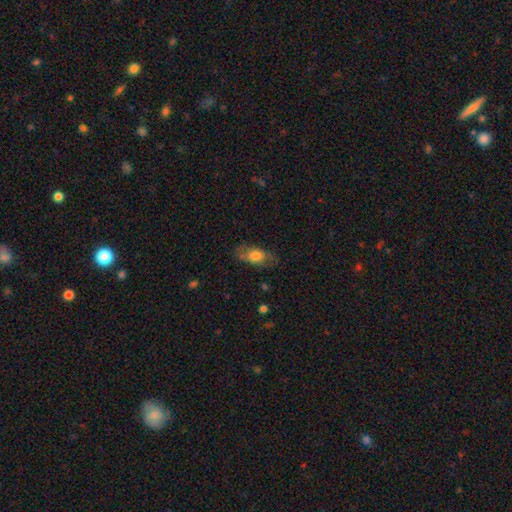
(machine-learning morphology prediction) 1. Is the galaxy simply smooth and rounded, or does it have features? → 63% smooth, 29% featured or disk, 7% star or artifact.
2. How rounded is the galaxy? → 86% in between, 8% cigar-shaped, 6% round.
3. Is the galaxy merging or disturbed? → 69% none, 20% minor disturbance, 10% major disturbance, 2% merger.